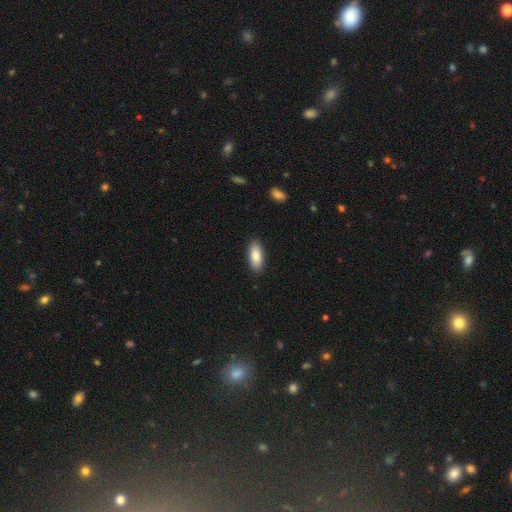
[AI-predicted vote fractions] This is clearly a smooth galaxy (84%). How rounded: clearly in between (85%). Merging: clearly none (89%).